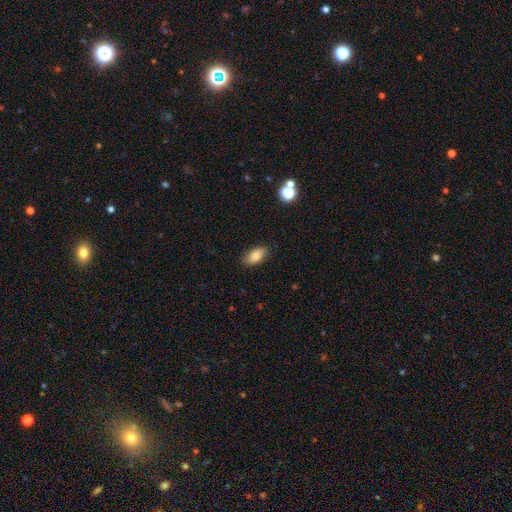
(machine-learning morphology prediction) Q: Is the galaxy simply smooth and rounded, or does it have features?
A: smooth — 84%.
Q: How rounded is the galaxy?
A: in between — 91%.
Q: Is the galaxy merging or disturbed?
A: none — 85%.